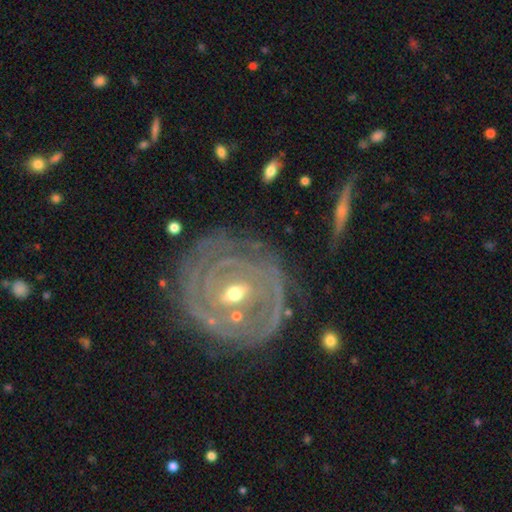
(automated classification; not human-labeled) This appears to be a featured or disk galaxy (84%) with no bar (46%), tight (80%) spiral arms (87%) and a moderate central bulge (50%). Merging: none (78%).